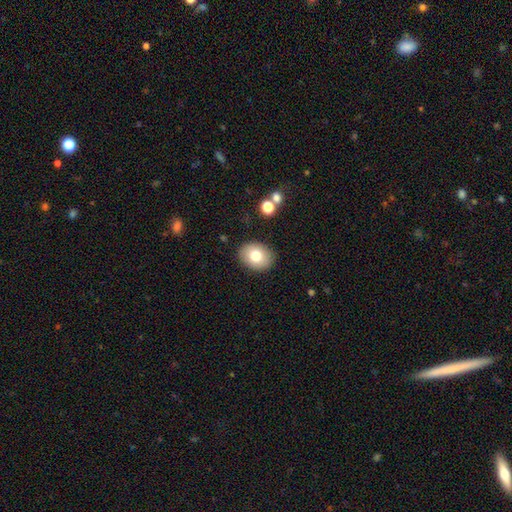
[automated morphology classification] Smooth or featured? smooth (77%)
How rounded? in between (64%)
Merging? none (88%)